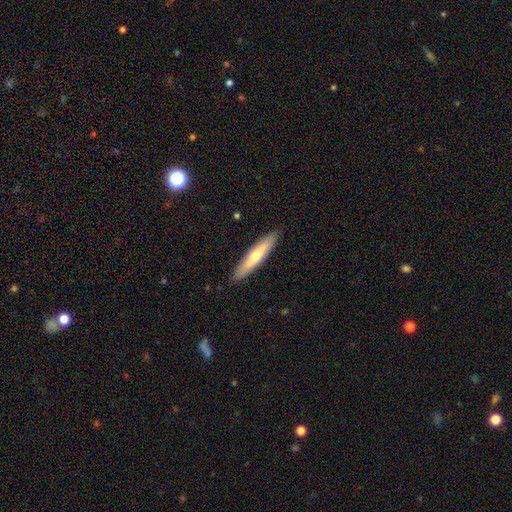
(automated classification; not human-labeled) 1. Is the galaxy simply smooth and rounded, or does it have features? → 53% smooth, 41% featured or disk, 5% star or artifact.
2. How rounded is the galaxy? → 88% cigar-shaped, 11% in between, 1% round.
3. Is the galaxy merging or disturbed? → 90% none, 7% minor disturbance, 2% major disturbance, 1% merger.